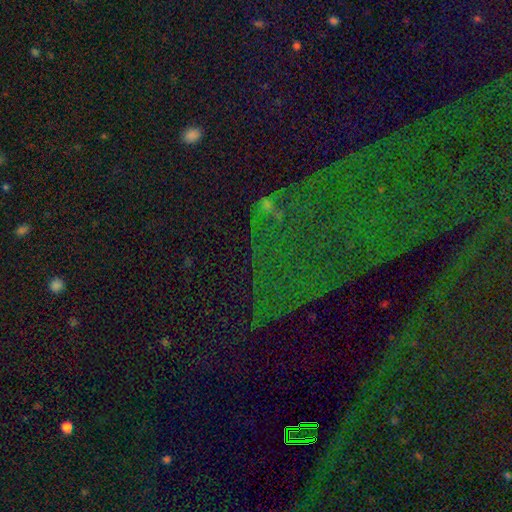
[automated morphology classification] smooth-or-featured: star or artifact: 82% | smooth: 10% | featured or disk: 8%